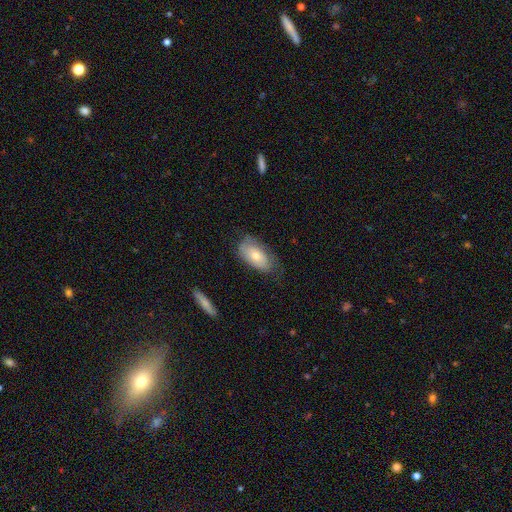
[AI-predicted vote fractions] The model was most divided on "merging": none: 59%, minor disturbance: 29%, major disturbance: 10%, merger: 2%. More confident: how rounded — in between (93%); smooth or featured — smooth (69%).